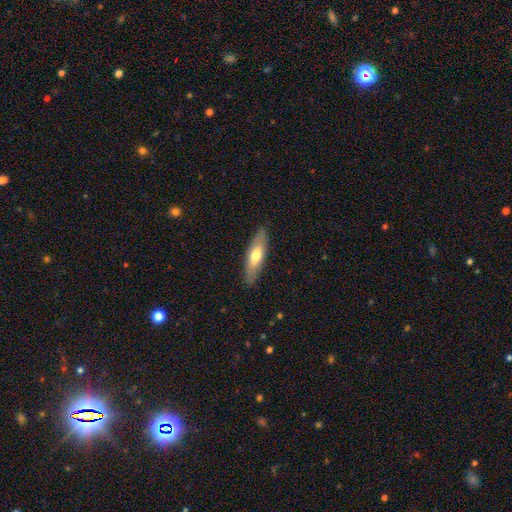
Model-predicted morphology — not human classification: A smooth galaxy with no disk features (61%) that is cigar-shaped (55%). Merging: none (87%).